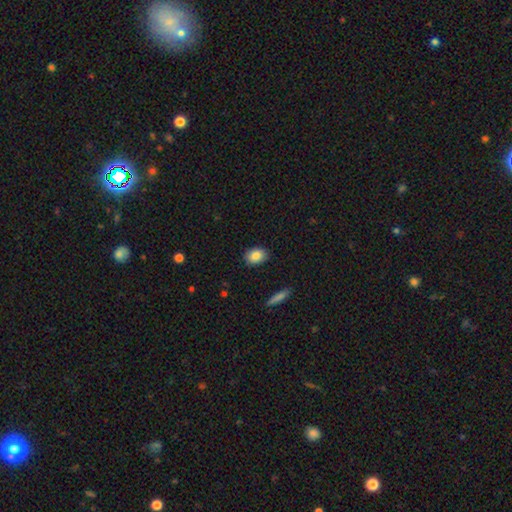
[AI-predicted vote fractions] Smooth or featured?
  - smooth: 86% *
  - star or artifact: 8%
  - featured or disk: 6%
How rounded?
  - in between: 76% *
  - round: 22%
  - cigar-shaped: 2%
Merging?
  - none: 89% *
  - minor disturbance: 8%
  - major disturbance: 2%
  - merger: 1%